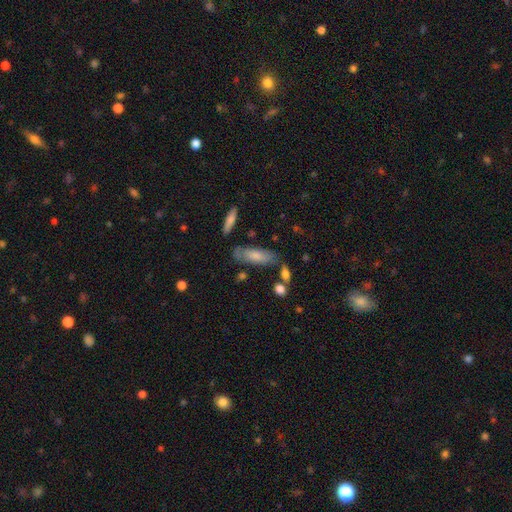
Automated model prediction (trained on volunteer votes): smooth 68%, featured or disk 26%, star or artifact 6%. Down the decision tree: how rounded — in between (58%); merging — none (68%).